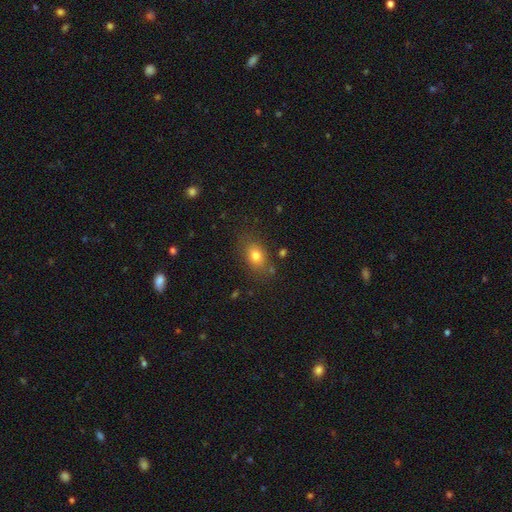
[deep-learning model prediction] This is likely a smooth galaxy (78%). How rounded: likely in between (73%). Merging: likely none (77%).